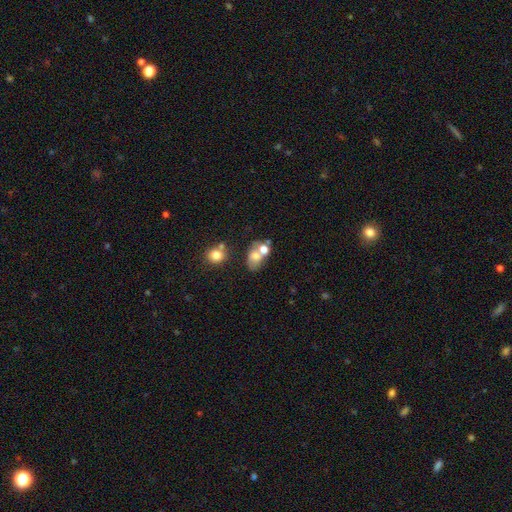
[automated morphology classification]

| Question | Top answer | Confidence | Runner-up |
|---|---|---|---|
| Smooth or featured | smooth | 63% | featured or disk (24%) |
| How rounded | in between | 69% | round (29%) |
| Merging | merger | 48% | none (31%) |